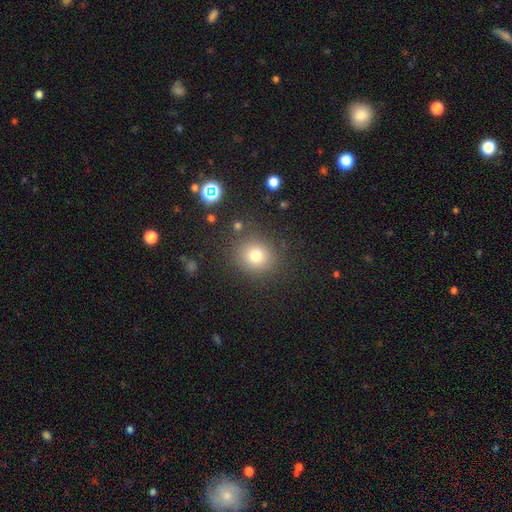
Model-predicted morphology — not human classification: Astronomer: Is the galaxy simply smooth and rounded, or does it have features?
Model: smooth — 77%.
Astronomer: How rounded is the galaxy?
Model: round — 82%.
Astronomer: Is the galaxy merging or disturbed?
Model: none — 84%.